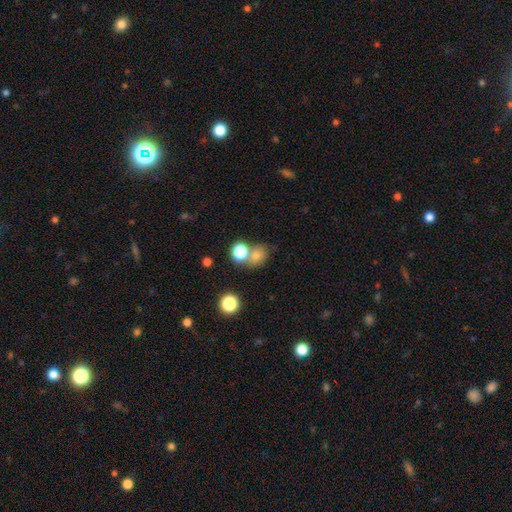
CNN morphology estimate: This is likely a smooth galaxy (72%). How rounded: likely round (68%). Merging: possibly none (51%).